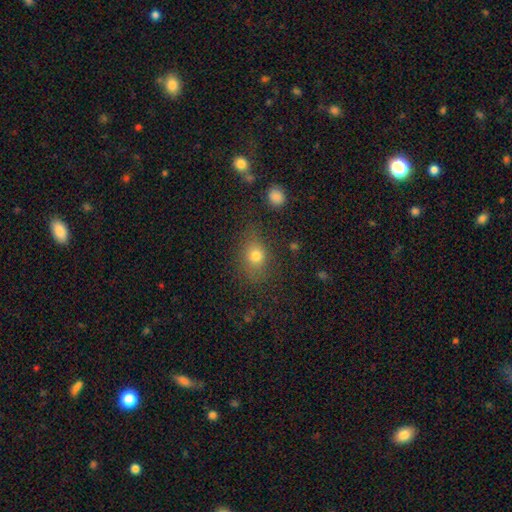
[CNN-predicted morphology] Smooth or featured?
  - smooth: 75% *
  - star or artifact: 15%
  - featured or disk: 11%
How rounded?
  - in between: 50% *
  - round: 48%
  - cigar-shaped: 2%
Merging?
  - none: 75% *
  - minor disturbance: 16%
  - major disturbance: 7%
  - merger: 2%